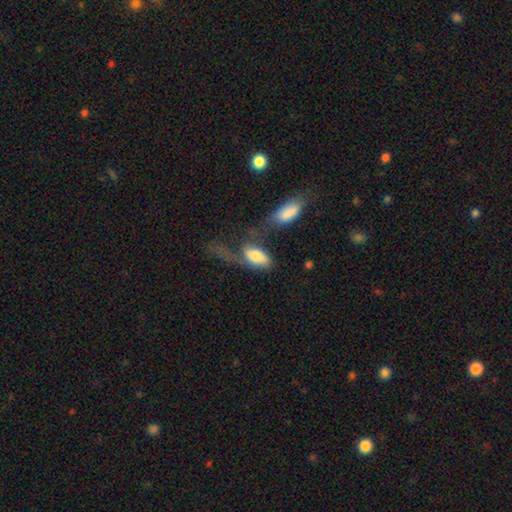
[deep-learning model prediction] smooth_or_featured: smooth (p=0.68) [alt: featured or disk p=0.25]
how_rounded: in between (p=0.89) [alt: cigar-shaped p=0.08]
merging: merger (p=0.39) [alt: major disturbance p=0.35]